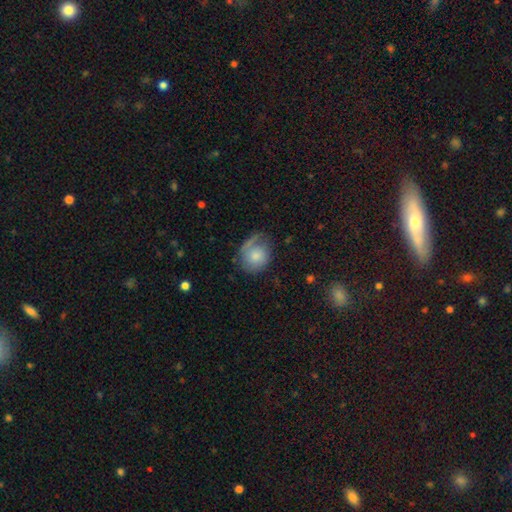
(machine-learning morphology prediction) Smooth or featured?
  - smooth: 62% *
  - featured or disk: 31%
  - star or artifact: 7%
How rounded?
  - round: 67% *
  - in between: 32%
  - cigar-shaped: 1%
Merging?
  - none: 52% *
  - minor disturbance: 27%
  - major disturbance: 18%
  - merger: 3%